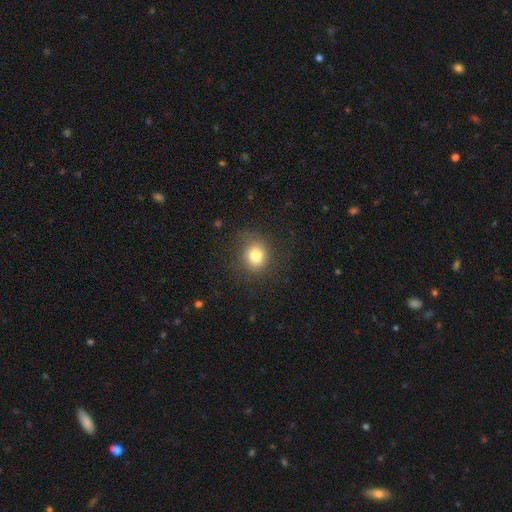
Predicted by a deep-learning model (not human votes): Smooth or featured?
  - smooth: 79% *
  - star or artifact: 12%
  - featured or disk: 9%
How rounded?
  - round: 81% *
  - in between: 19%
  - cigar-shaped: 1%
Merging?
  - none: 80% *
  - minor disturbance: 13%
  - major disturbance: 7%
  - merger: 1%